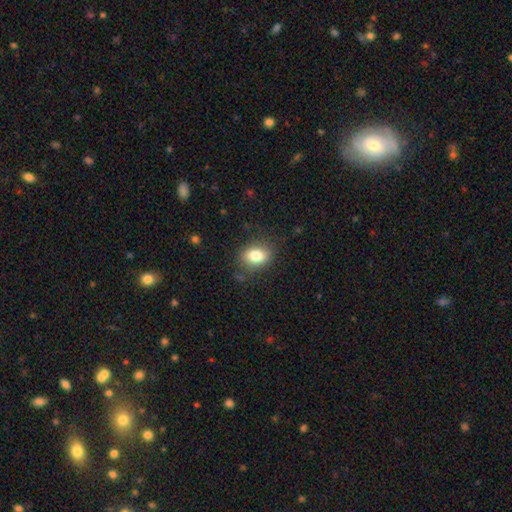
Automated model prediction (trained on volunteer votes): Morphology: type=smooth (81%); roundness=in between (66%); merging=none (81%).